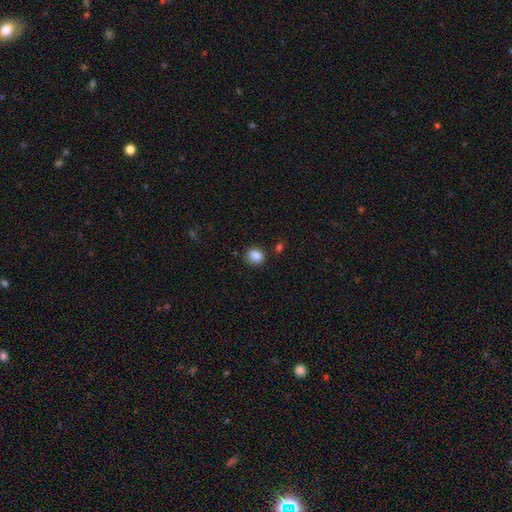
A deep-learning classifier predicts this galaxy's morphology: smooth 87%, star or artifact 10%, featured or disk 3%. Down the decision tree: how rounded — round (63%); merging — none (73%).